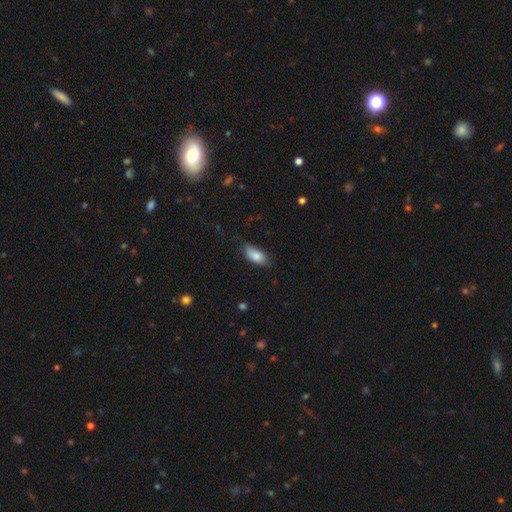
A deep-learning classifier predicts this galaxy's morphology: Q: Smooth or featured?
A: smooth (84%); runner-up: featured or disk (9%)
Q: How rounded?
A: in between (88%); runner-up: cigar-shaped (9%)
Q: Merging?
A: none (66%); runner-up: minor disturbance (27%)